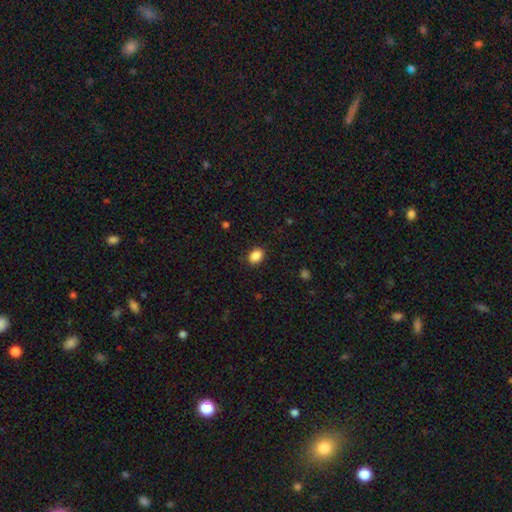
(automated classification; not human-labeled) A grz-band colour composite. It shows a smooth galaxy with no disk features (88%) that is in between round and cigar-shaped (70%). Merging: none (88%).